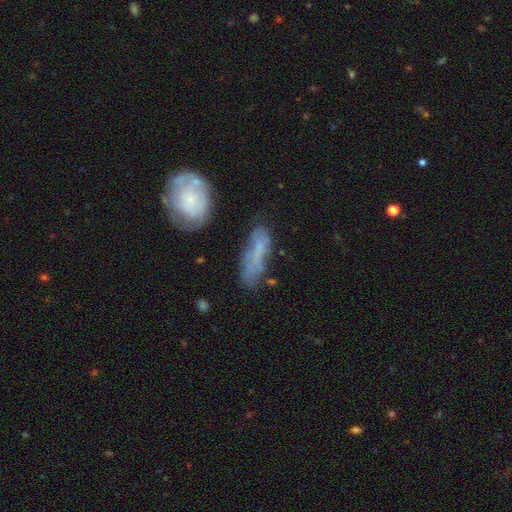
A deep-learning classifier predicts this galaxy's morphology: type=smooth (48%); merging=none (60%).